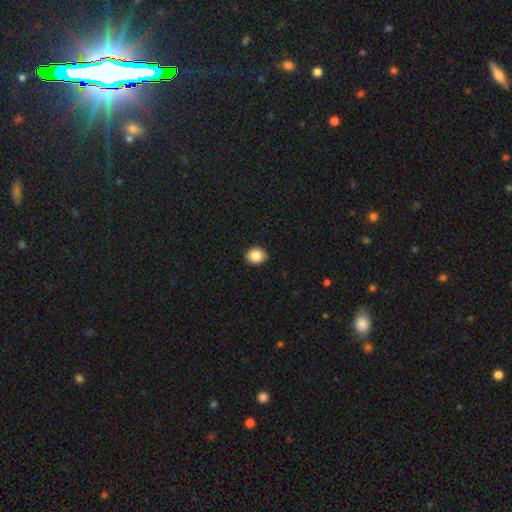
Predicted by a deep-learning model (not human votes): Q: Smooth or featured?
A: smooth (87%); runner-up: star or artifact (9%)
Q: How rounded?
A: round (72%); runner-up: in between (27%)
Q: Merging?
A: none (89%); runner-up: minor disturbance (9%)